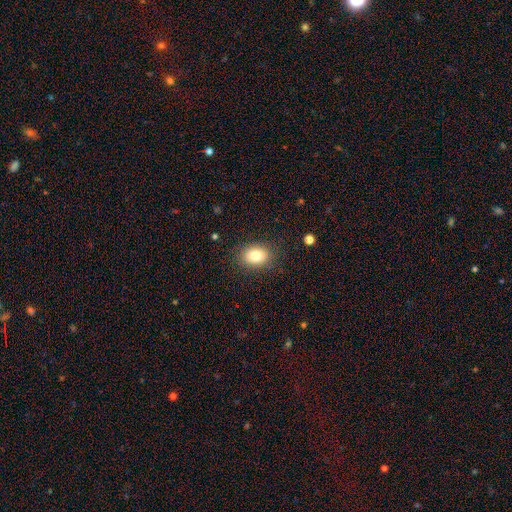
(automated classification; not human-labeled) Overall: smooth (80%). How rounded: in between (74%). Merging: none (85%).